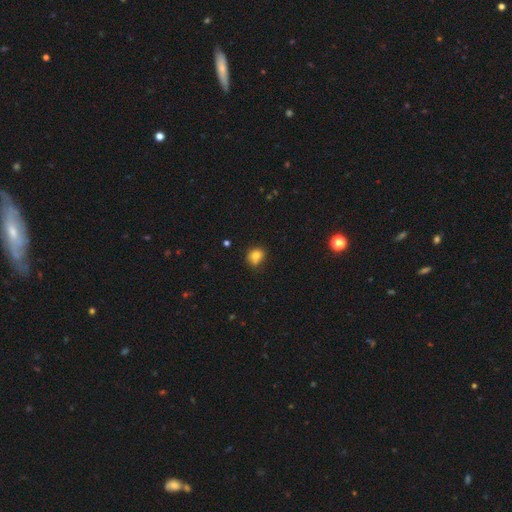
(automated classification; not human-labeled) Smooth or featured? Predicted: smooth (p=0.80). How rounded? Predicted: round (p=0.66). Merging? Predicted: none (p=0.67).